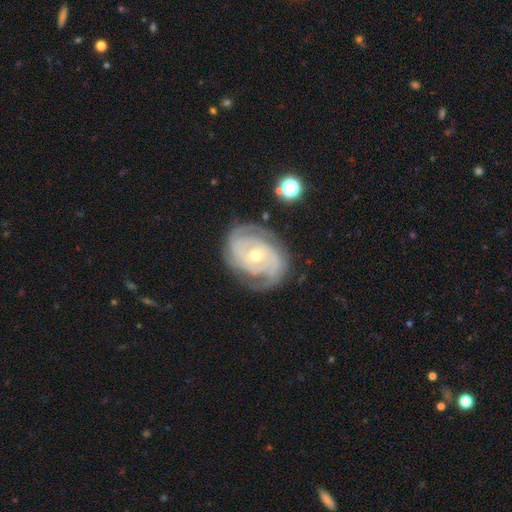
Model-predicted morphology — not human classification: featured or disk 89%, smooth 6%, star or artifact 5%. Down the decision tree: edge-on disk — no (97%); bar — no (64%); spiral arms — yes (97%); spiral arm count — 2 (53%); spiral winding — tight (66%); bulge size — small (56%); merging — none (76%).